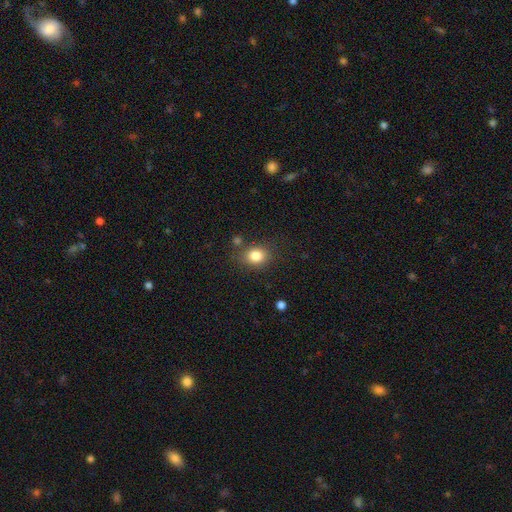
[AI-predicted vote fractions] smooth_or_featured: smooth (p=0.83) [alt: star or artifact p=0.11]
how_rounded: round (p=0.55) [alt: in between p=0.44]
merging: none (p=0.78) [alt: minor disturbance p=0.13]